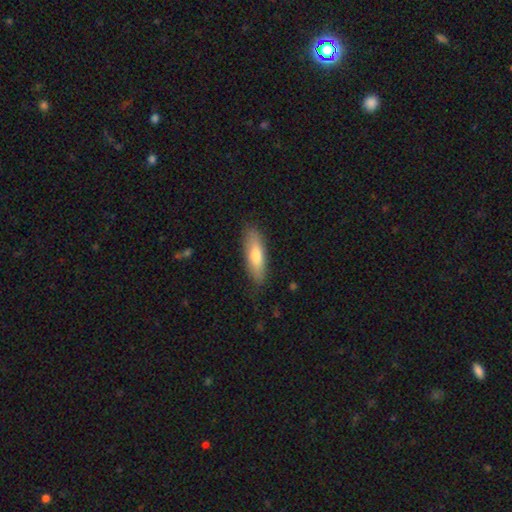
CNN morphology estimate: smooth 70%, featured or disk 24%, star or artifact 6%. Down the decision tree: how rounded — cigar-shaped (51%); merging — none (85%).